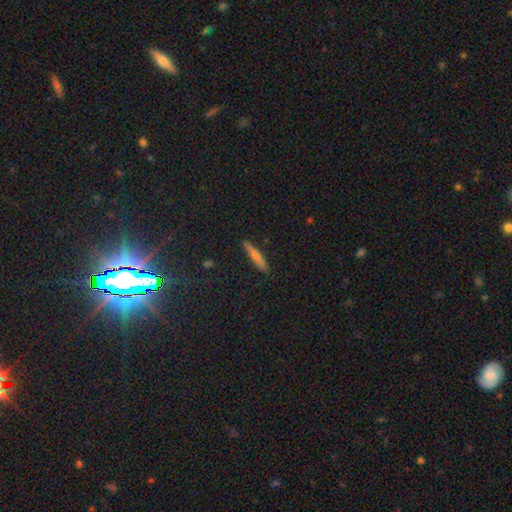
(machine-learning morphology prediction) This appears to be a smooth galaxy with no disk features (55%) that is cigar-shaped (90%). Merging: none (89%).